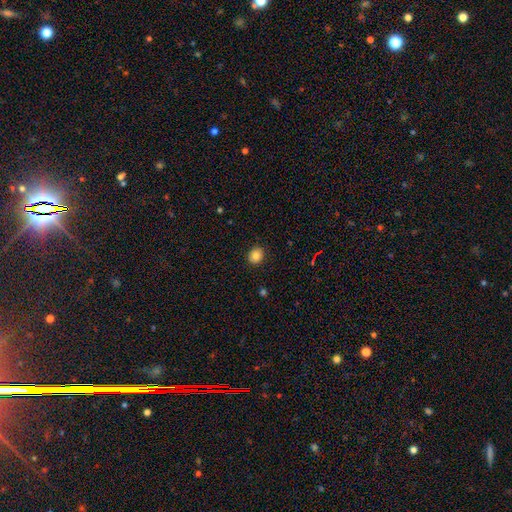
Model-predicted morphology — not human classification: Q: Smooth or featured?
A: smooth (83%); runner-up: star or artifact (10%)
Q: How rounded?
A: round (70%); runner-up: in between (29%)
Q: Merging?
A: none (89%); runner-up: minor disturbance (8%)